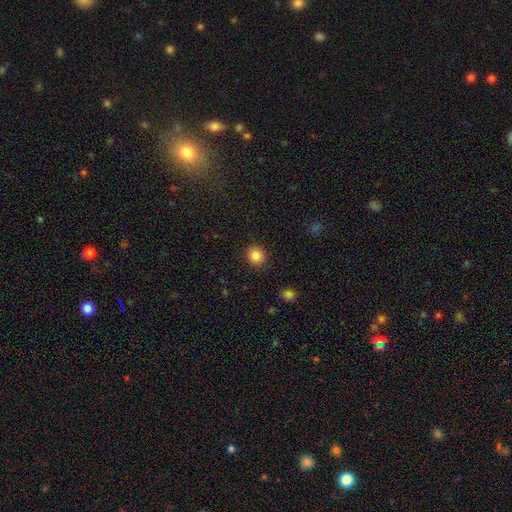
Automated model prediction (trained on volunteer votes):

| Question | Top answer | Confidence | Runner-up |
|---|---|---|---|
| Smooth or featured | smooth | 84% | star or artifact (11%) |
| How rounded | round | 84% | in between (15%) |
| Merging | none | 90% | minor disturbance (6%) |